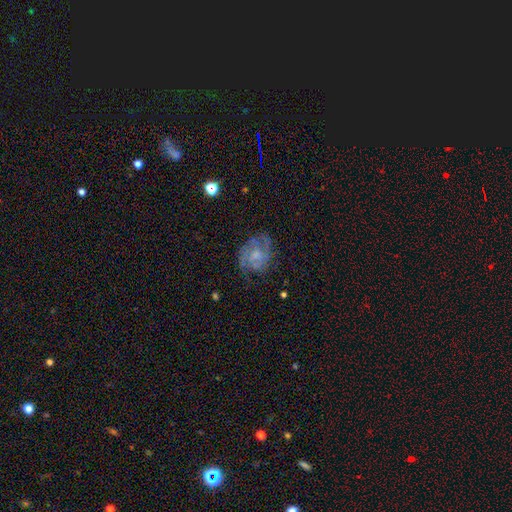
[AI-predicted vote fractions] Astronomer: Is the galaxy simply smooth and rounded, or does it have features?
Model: featured or disk — 64%.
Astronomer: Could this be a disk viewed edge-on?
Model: no — 97%.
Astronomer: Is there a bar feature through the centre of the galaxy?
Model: no — 72%.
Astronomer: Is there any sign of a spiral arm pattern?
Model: yes — 70%.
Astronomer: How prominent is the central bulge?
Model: small — 37% (runner-up: moderate, 35%).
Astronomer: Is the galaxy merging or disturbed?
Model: none — 61%.